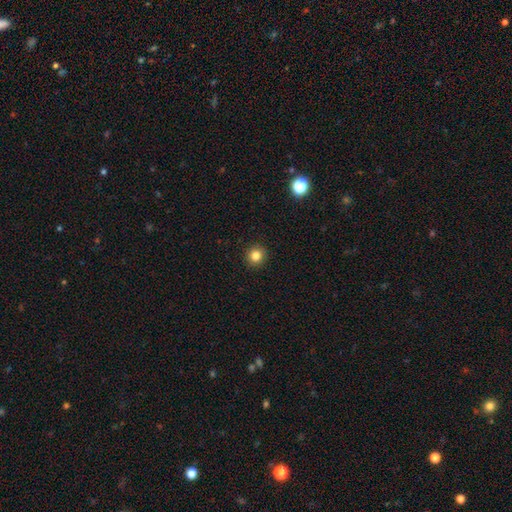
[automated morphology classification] This is clearly a smooth galaxy (83%). How rounded: clearly round (92%). Merging: clearly none (93%).